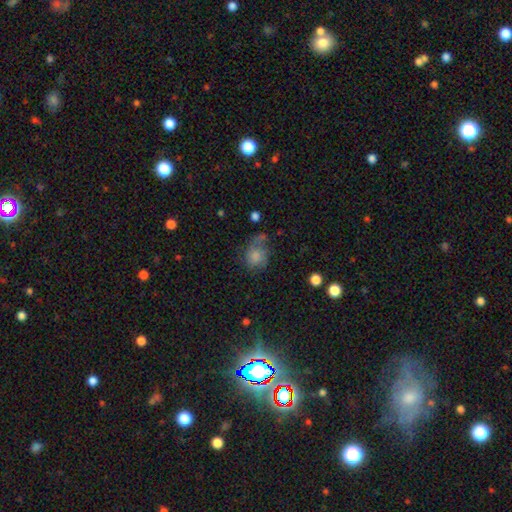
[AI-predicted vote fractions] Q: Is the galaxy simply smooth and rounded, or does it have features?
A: smooth — 68%.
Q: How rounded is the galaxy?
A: round — 53%.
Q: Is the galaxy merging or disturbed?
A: none — 37%.